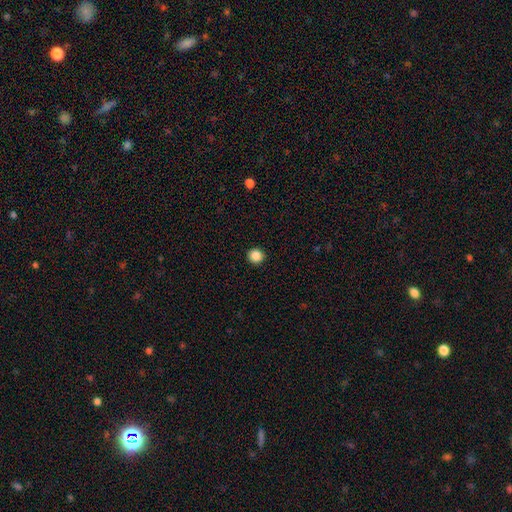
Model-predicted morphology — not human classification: type=smooth (87%); roundness=round (95%); merging=none (94%).